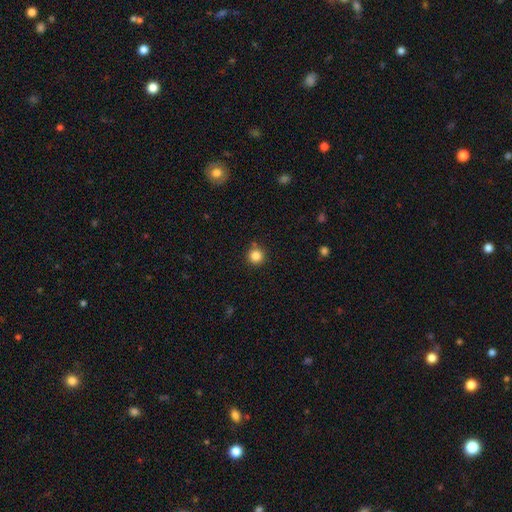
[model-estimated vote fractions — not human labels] smooth 85%, star or artifact 11%, featured or disk 4%. Down the decision tree: how rounded — round (95%); merging — none (86%).